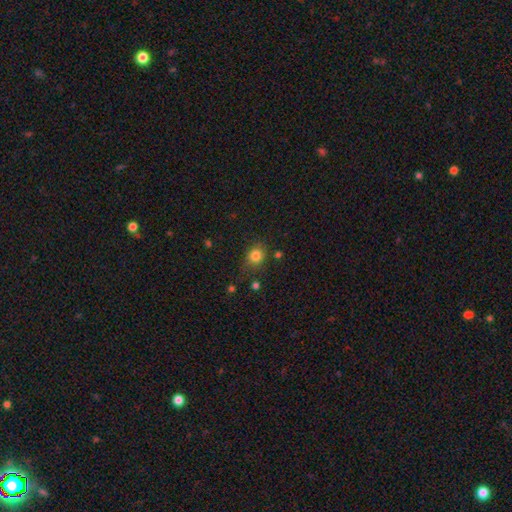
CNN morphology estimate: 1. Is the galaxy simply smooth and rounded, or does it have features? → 82% smooth, 12% star or artifact, 6% featured or disk.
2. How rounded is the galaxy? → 65% round, 34% in between, 1% cigar-shaped.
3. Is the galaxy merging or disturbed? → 74% none, 18% minor disturbance, 5% major disturbance, 3% merger.